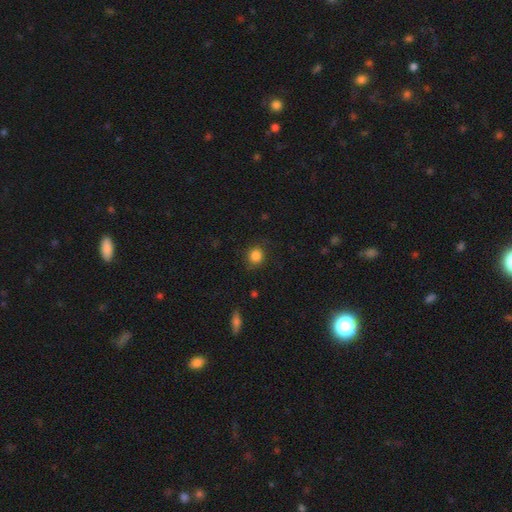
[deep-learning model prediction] Q: Smooth or featured?
A: smooth (85%); runner-up: star or artifact (11%)
Q: How rounded?
A: round (85%); runner-up: in between (14%)
Q: Merging?
A: none (83%); runner-up: minor disturbance (12%)